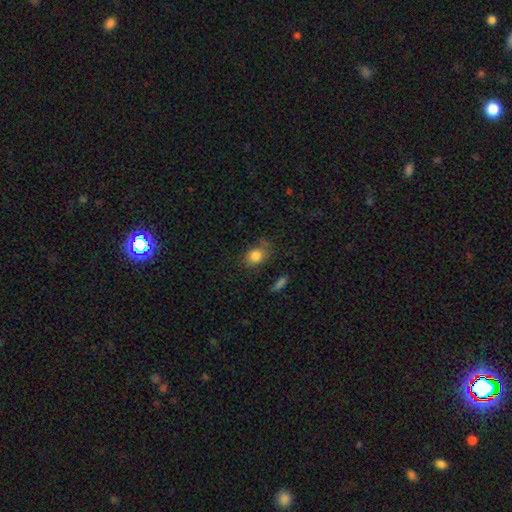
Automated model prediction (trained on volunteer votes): Morphology: type=smooth (83%); roundness=in between (61%); merging=none (66%).